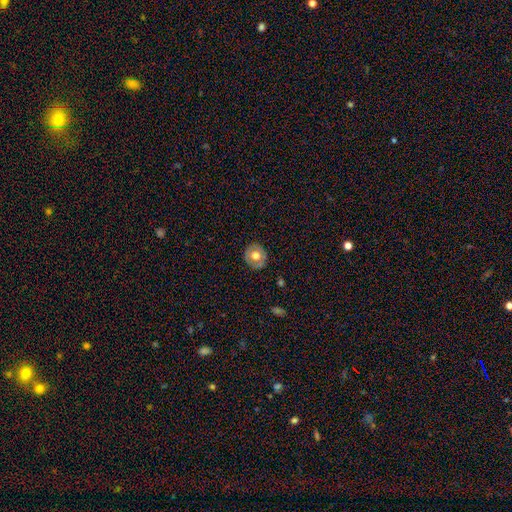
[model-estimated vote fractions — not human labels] A smooth galaxy with no disk features (53%) that is round (84%).

Vote fractions:
- Smooth or featured? smooth: 53% / featured or disk: 41% / star or artifact: 7%
- How rounded? round: 84% / in between: 15% / cigar-shaped: 1%
- Merging? none: 85% / minor disturbance: 11% / major disturbance: 3% / merger: 1%